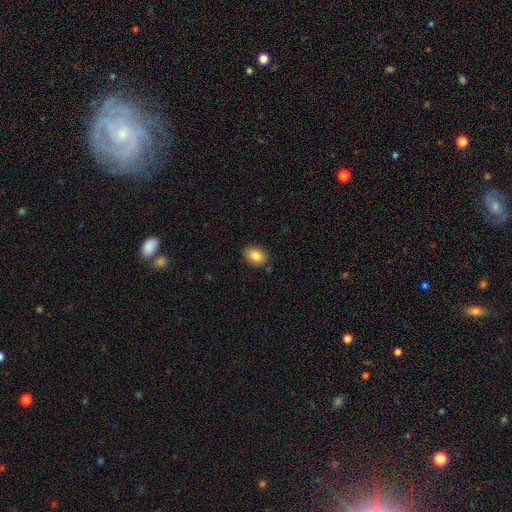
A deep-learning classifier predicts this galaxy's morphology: Smooth or featured? Predicted: smooth (p=0.86). How rounded? Predicted: in between (p=0.65). Merging? Predicted: none (p=0.84).